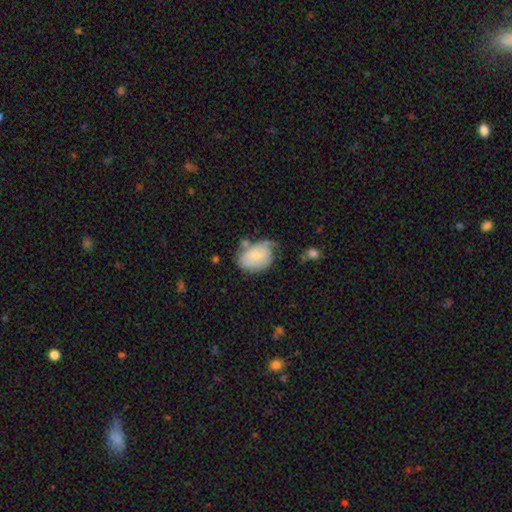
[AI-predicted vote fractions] smooth 63%, featured or disk 30%, star or artifact 7%. Down the decision tree: how rounded — in between (76%); merging — minor disturbance (36%, tied with none).